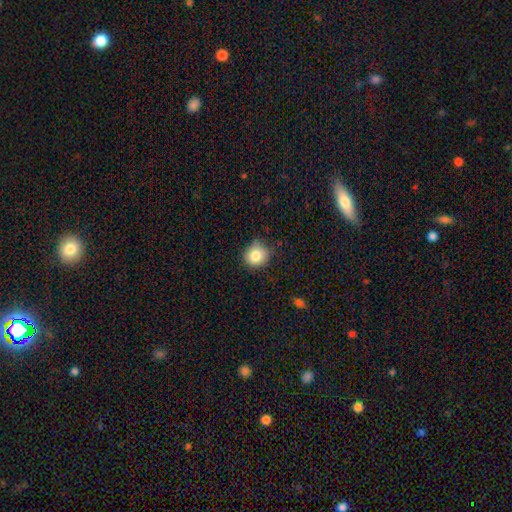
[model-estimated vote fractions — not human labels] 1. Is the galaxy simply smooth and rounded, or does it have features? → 83% smooth, 10% star or artifact, 7% featured or disk.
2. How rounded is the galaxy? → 87% round, 12% in between, 1% cigar-shaped.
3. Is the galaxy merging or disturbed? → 75% none, 20% minor disturbance, 3% major disturbance, 2% merger.